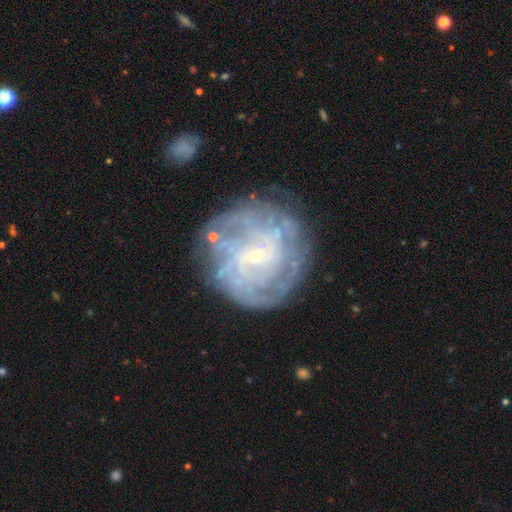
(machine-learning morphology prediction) Overall: featured or disk (79%). Edge-on disk: no (97%). Bar: no (59%; weak 33%). Spiral arms: yes (86%). Spiral arm count: can't tell (46%; 4 15%). Spiral winding: tight (66%). Bulge size: small (85%). Merging: none (76%).